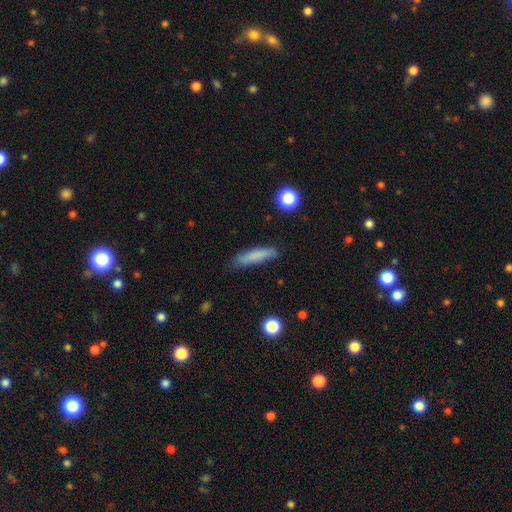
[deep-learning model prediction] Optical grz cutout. It shows a smooth galaxy with no disk features (79%) that is cigar-shaped (84%). Merging: none (80%).